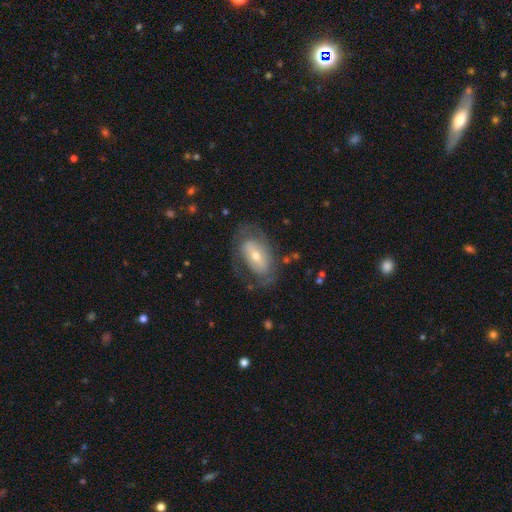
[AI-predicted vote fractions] Smooth or featured?
  - featured or disk: 61% *
  - smooth: 33%
  - star or artifact: 6%
Edge-on disk?
  - no: 91% *
  - yes: 9%
Bar?
  - no: 43% *
  - weak: 32%
  - strong: 25%
Spiral arms?
  - yes: 53% *
  - no: 47%
Bulge size?
  - small: 47% *
  - moderate: 46%
  - large: 5%
  - none: 1%
  - dominant: 1%
Merging?
  - none: 64% *
  - minor disturbance: 19%
  - major disturbance: 16%
  - merger: 2%